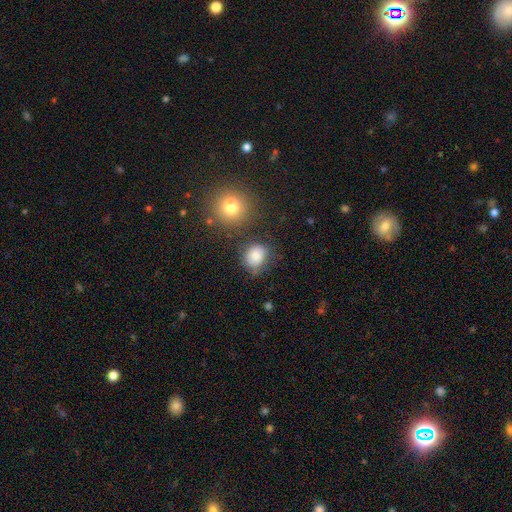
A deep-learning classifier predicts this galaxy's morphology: smooth-or-featured: smooth: 80% | star or artifact: 11% | featured or disk: 9%
  how-rounded: round: 60% | in between: 39% | cigar-shaped: 1%
  merging: none: 66% | minor disturbance: 21% | major disturbance: 7% | merger: 7%